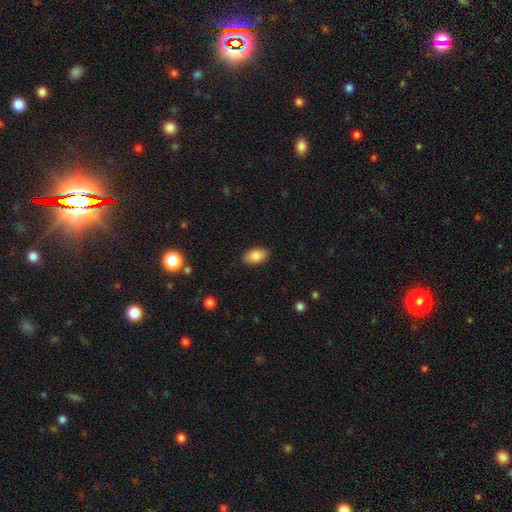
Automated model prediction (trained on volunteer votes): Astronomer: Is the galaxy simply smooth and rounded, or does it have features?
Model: smooth — 86%.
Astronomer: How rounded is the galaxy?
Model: in between — 93%.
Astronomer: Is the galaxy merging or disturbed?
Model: none — 87%.